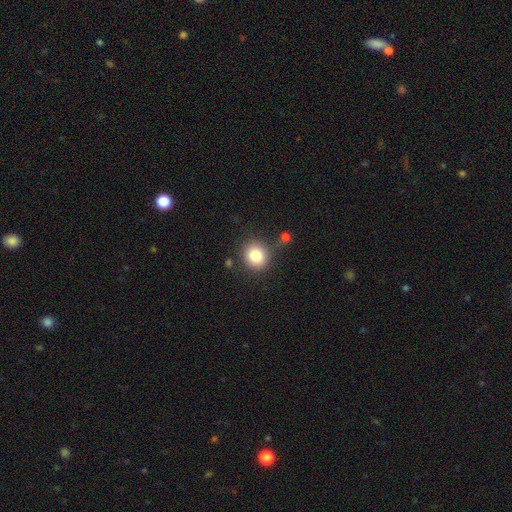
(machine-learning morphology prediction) Smooth or featured? smooth (82%)
How rounded? round (85%)
Merging? none (75%)